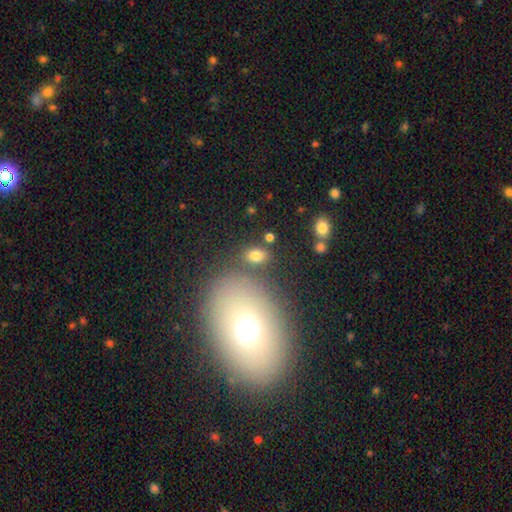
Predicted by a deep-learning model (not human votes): Morphology: type=smooth (78%); roundness=in between (81%); merging=none (77%).